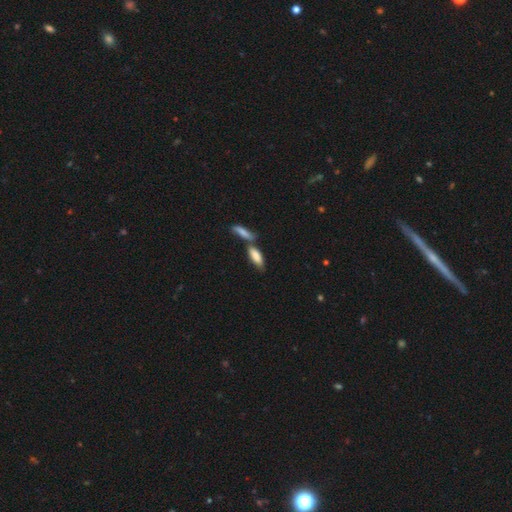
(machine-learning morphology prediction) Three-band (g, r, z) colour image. It shows a smooth galaxy with no disk features (79%) that is in between round and cigar-shaped (65%). Merging: merger (45%).